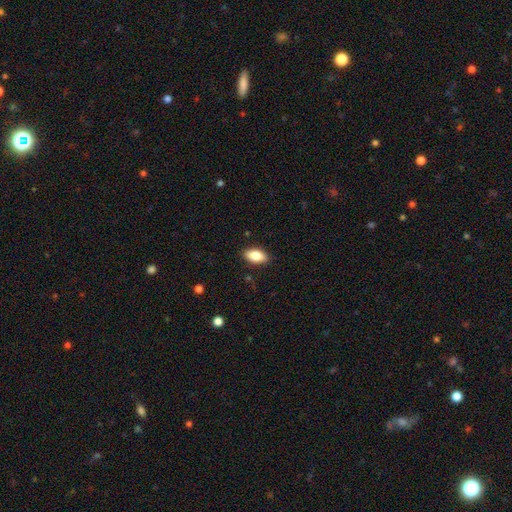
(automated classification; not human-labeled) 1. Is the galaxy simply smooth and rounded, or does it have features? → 85% smooth, 8% featured or disk, 7% star or artifact.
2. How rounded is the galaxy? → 92% in between, 4% cigar-shaped, 4% round.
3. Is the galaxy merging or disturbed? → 88% none, 9% minor disturbance, 2% major disturbance, 1% merger.